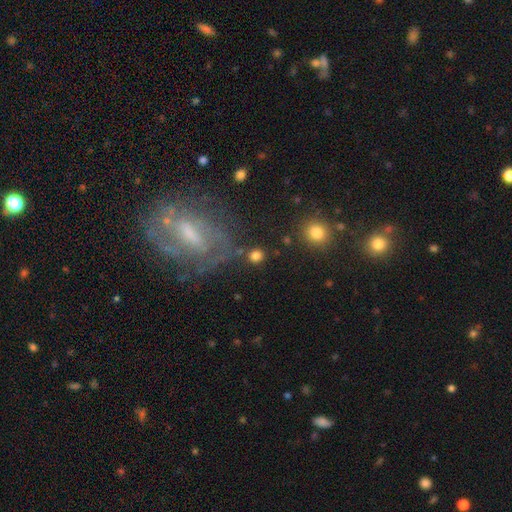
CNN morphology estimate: Smooth or featured? Predicted: smooth (p=0.81). How rounded? Predicted: round (p=0.88). Merging? Predicted: none (p=0.82).